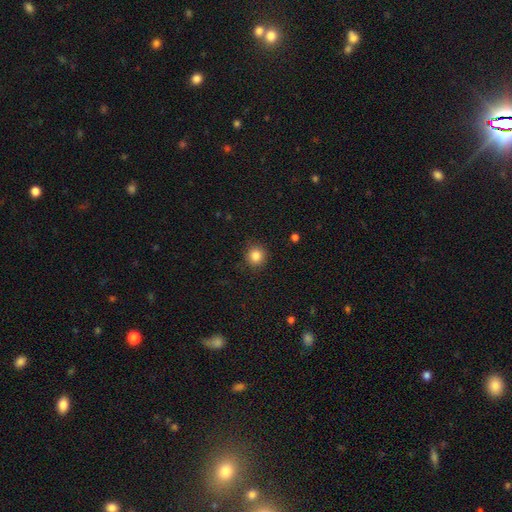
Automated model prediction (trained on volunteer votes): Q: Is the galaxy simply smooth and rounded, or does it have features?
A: smooth — 84%.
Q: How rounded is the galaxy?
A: round — 93%.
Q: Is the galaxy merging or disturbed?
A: none — 90%.